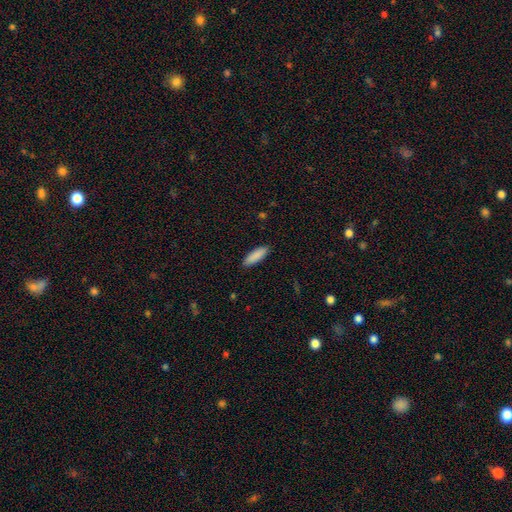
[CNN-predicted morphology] The model was most divided on "how rounded": cigar-shaped: 50%, in between: 48%, round: 1%. More confident: merging — none (89%); smooth or featured — smooth (89%).